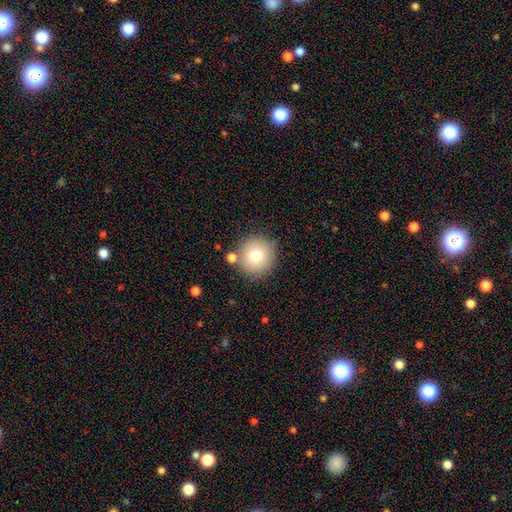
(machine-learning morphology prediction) The model was most divided on "smooth or featured": smooth: 75%, featured or disk: 14%, star or artifact: 11%. More confident: how rounded — round (94%); merging — none (81%).